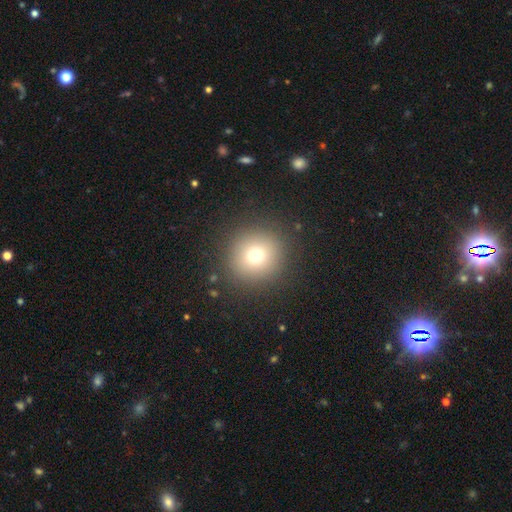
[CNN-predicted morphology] The model was most divided on "smooth or featured": smooth: 72%, star or artifact: 17%, featured or disk: 11%. More confident: how rounded — round (93%); merging — none (89%).